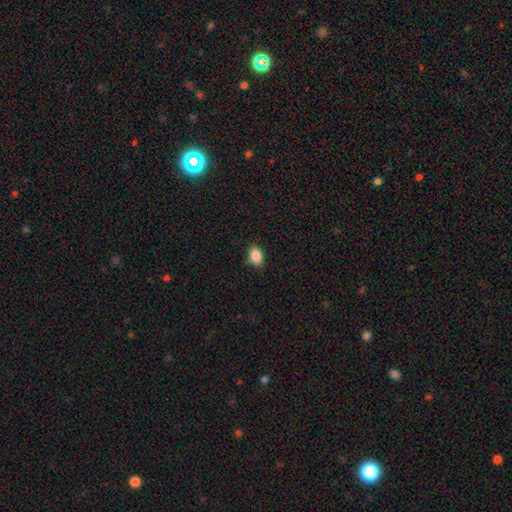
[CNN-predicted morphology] Smooth or featured? smooth (87%)
How rounded? in between (73%)
Merging? none (82%)